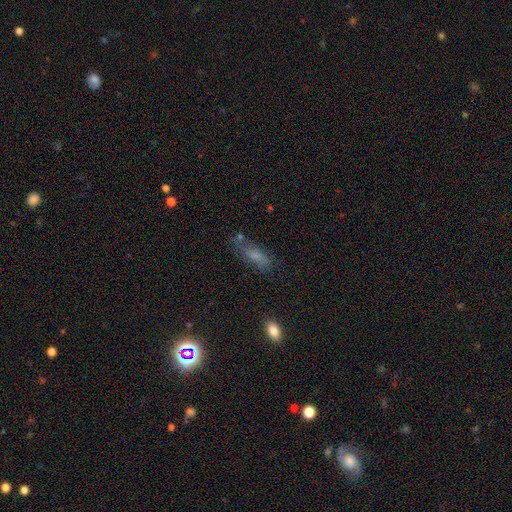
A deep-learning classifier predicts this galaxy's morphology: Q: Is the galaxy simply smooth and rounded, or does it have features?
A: smooth — 63%.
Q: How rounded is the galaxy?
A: in between — 56%.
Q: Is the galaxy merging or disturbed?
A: none — 65%.